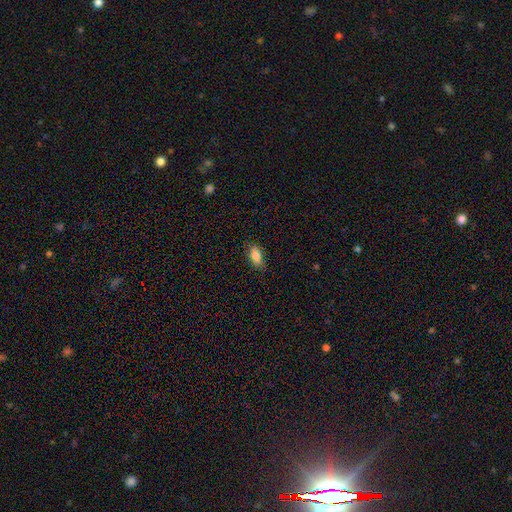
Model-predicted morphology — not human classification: This is clearly a smooth galaxy (81%). How rounded: clearly in between (85%). Merging: clearly none (84%).